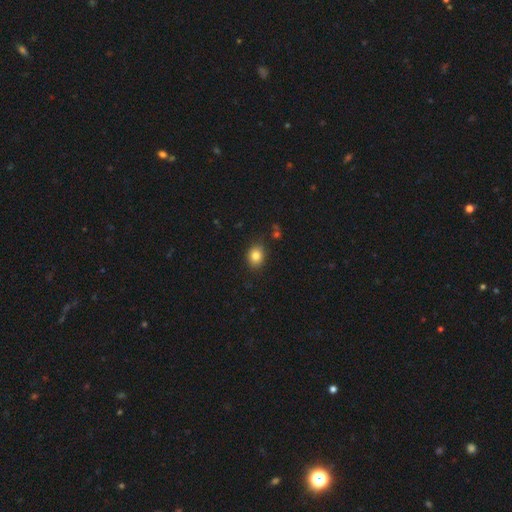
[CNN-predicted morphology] smooth 83%, star or artifact 10%, featured or disk 7%. Down the decision tree: how rounded — round (53%); merging — none (83%).